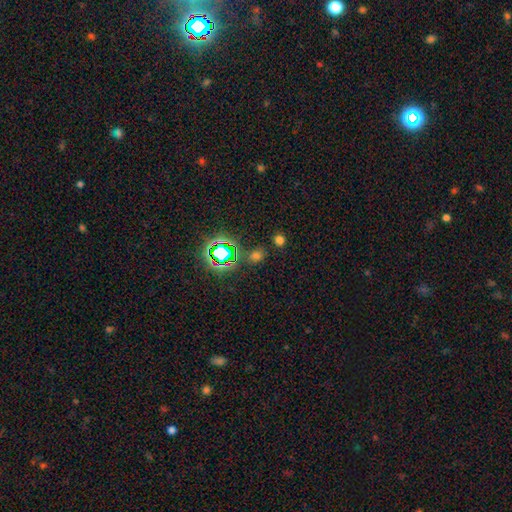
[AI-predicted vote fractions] Smooth or featured: smooth — 54% (star or artifact — 39%)
How rounded: round — 60% (in between — 38%)
Merging: none — 79% (minor disturbance — 10%)